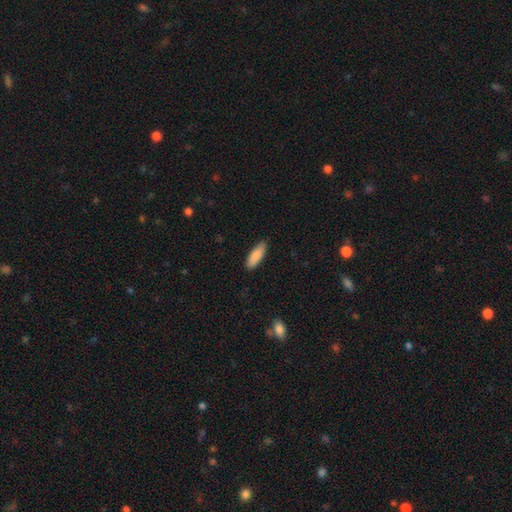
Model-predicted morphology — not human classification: The model was most divided on "how rounded": in between: 53%, cigar-shaped: 45%, round: 2%. More confident: smooth or featured — smooth (87%); merging — none (86%).